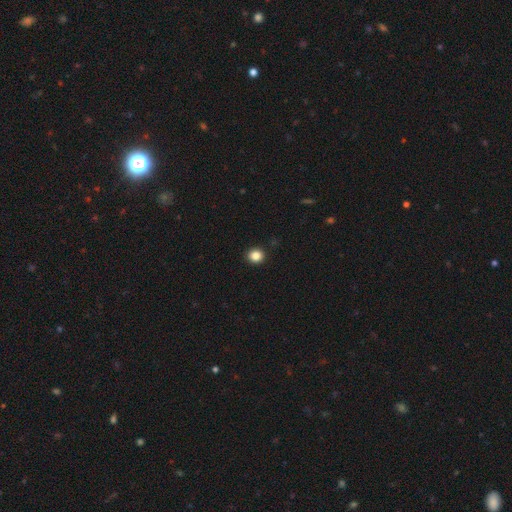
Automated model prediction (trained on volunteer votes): This appears to be a smooth galaxy with no disk features (85%) that is round (87%). Merging: none (93%).